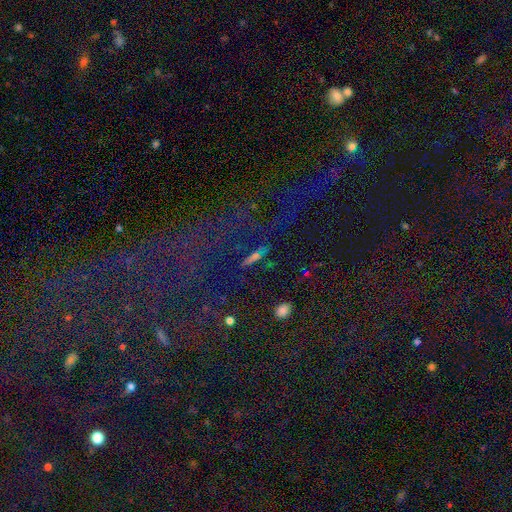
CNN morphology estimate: This is marginally a star or artifact rather than a galaxy (43%).